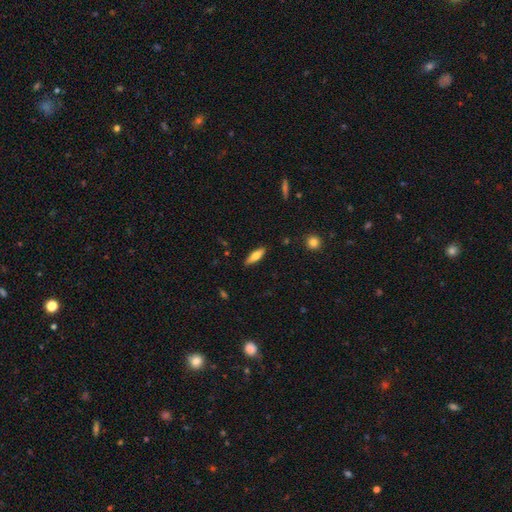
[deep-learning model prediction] Smooth or featured? Predicted: smooth (p=0.59). How rounded? Predicted: cigar-shaped (p=0.50). Merging? Predicted: none (p=0.88).